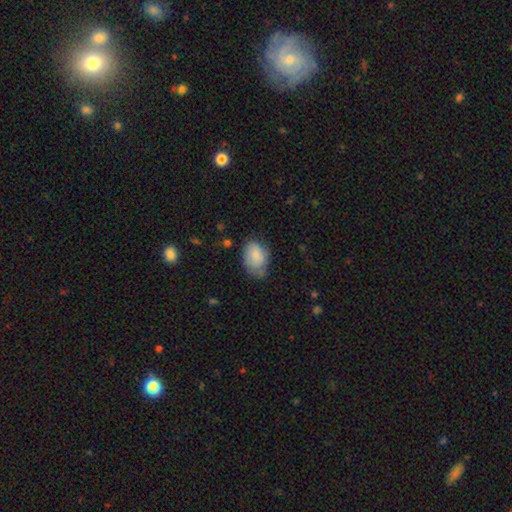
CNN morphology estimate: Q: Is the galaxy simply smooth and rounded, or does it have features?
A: smooth — 77%.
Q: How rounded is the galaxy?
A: in between — 84%.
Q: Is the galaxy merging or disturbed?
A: none — 53%.